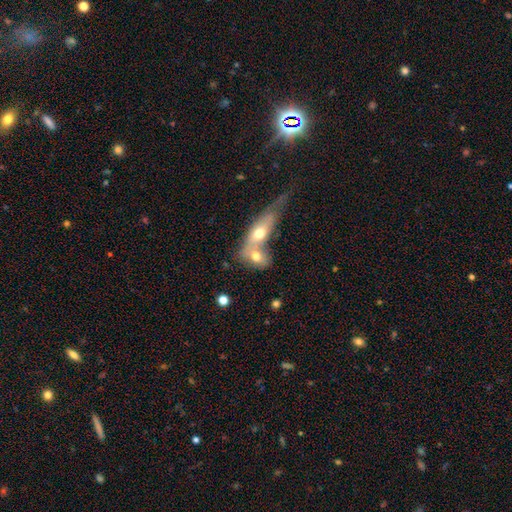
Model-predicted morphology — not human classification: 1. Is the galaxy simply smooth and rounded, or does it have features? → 64% smooth, 28% featured or disk, 8% star or artifact.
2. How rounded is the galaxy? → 65% in between, 21% round, 14% cigar-shaped.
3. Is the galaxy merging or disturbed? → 69% merger, 19% none, 7% minor disturbance, 5% major disturbance.